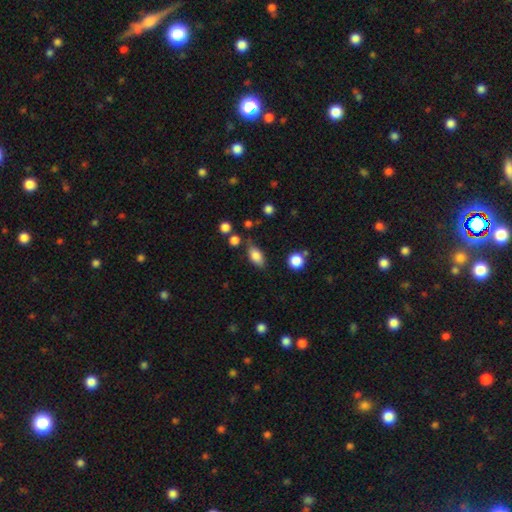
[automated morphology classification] Overall: smooth (80%). How rounded: in between (86%). Merging: none (72%).